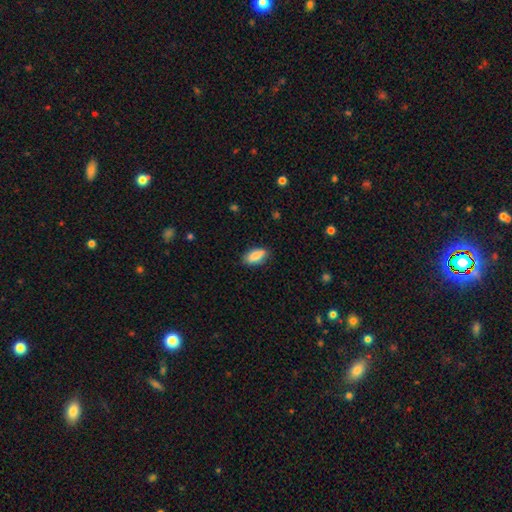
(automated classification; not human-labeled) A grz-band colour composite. It shows a smooth galaxy with no disk features (85%) that is in between round and cigar-shaped (87%). Merging: none (82%).